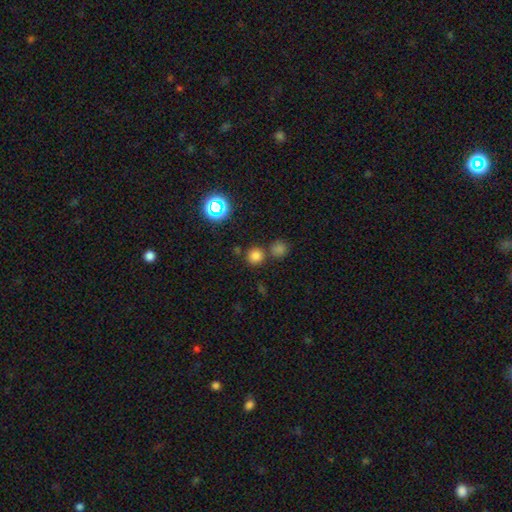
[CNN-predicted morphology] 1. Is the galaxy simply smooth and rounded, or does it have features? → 74% smooth, 21% star or artifact, 5% featured or disk.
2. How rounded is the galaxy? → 92% round, 7% in between, 1% cigar-shaped.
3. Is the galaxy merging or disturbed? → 71% none, 19% merger, 7% minor disturbance, 3% major disturbance.